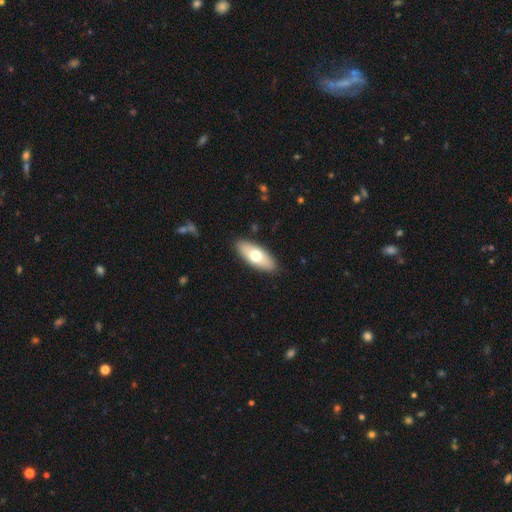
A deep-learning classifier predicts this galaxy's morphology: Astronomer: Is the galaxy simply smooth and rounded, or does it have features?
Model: smooth — 65%.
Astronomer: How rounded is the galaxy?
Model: in between — 79%.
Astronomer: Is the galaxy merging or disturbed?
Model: none — 89%.